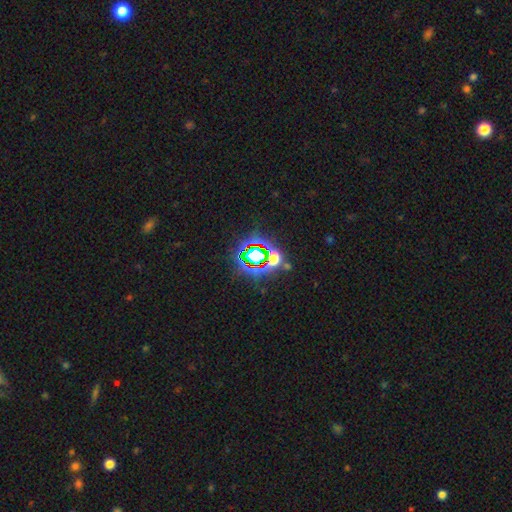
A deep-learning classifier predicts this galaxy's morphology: Q: Smooth or featured?
A: star or artifact (74%); runner-up: smooth (15%)